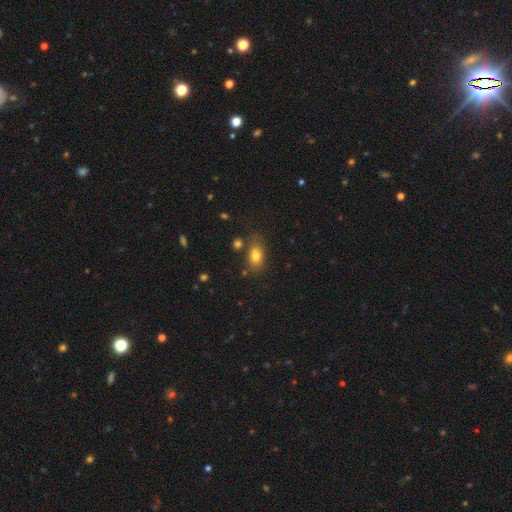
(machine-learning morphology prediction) smooth-or-featured: smooth: 79% | featured or disk: 11% | star or artifact: 10%
  how-rounded: in between: 83% | round: 13% | cigar-shaped: 4%
  merging: none: 71% | minor disturbance: 17% | merger: 7% | major disturbance: 5%